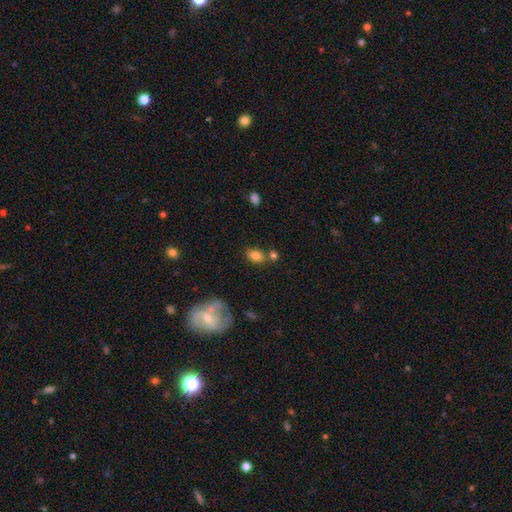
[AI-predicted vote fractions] Smooth or featured: smooth — 81% (star or artifact — 10%)
How rounded: in between — 80% (round — 18%)
Merging: none — 61% (merger — 19%)